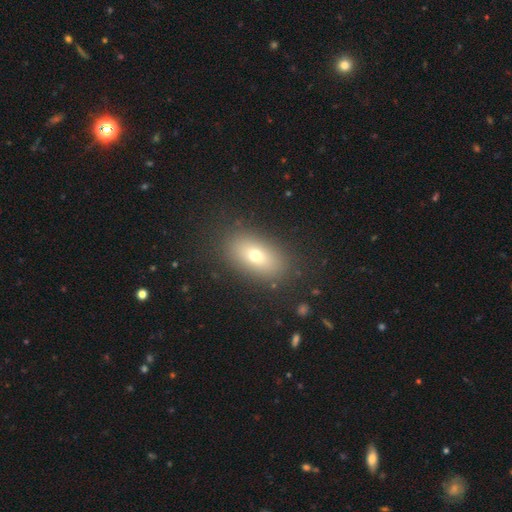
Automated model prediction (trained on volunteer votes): Smooth or featured? Predicted: smooth (p=0.69). How rounded? Predicted: in between (p=0.84). Merging? Predicted: none (p=0.87).